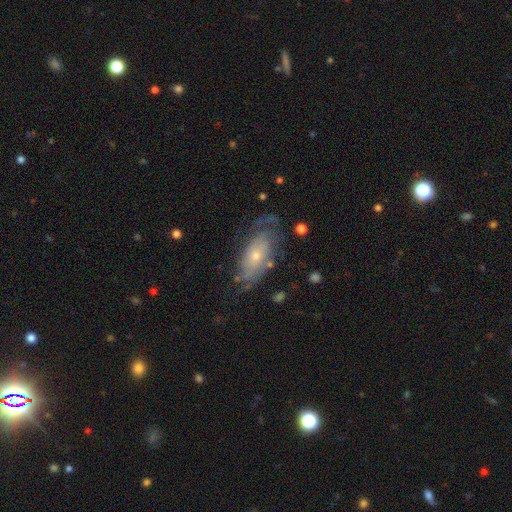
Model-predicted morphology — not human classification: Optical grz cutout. It shows a featured or disk galaxy (69%) with no bar (80%), spiral arms (80%) and a small central bulge (59%). Merging: none (60%).